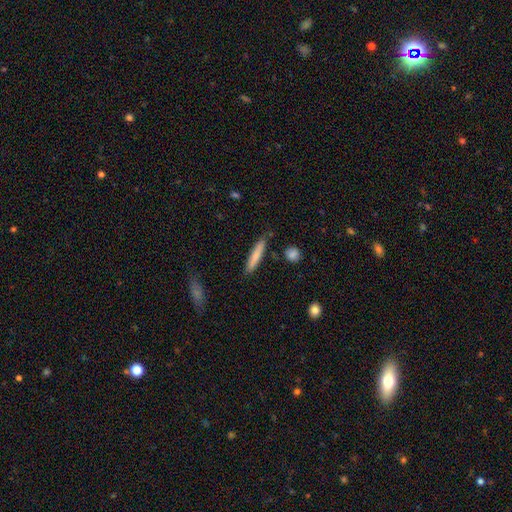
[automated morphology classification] Smooth or featured? Predicted: smooth (p=0.77). How rounded? Predicted: cigar-shaped (p=0.92). Merging? Predicted: none (p=0.86).